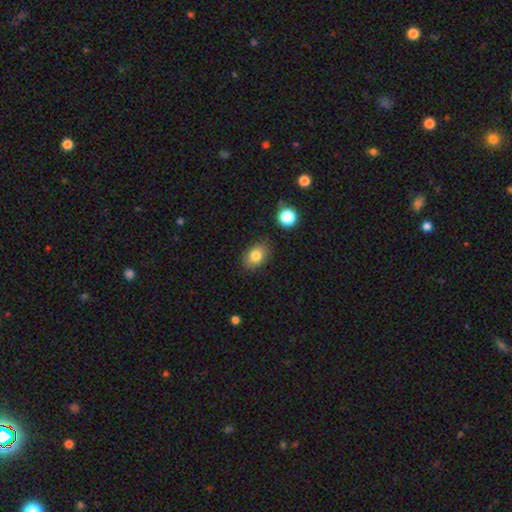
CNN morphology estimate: A smooth galaxy with no disk features (82%) that is in between round and cigar-shaped (79%).

Vote fractions:
- Smooth or featured? smooth: 82% / star or artifact: 9% / featured or disk: 9%
- How rounded? in between: 79% / round: 19% / cigar-shaped: 1%
- Merging? none: 82% / minor disturbance: 13% / major disturbance: 3% / merger: 2%